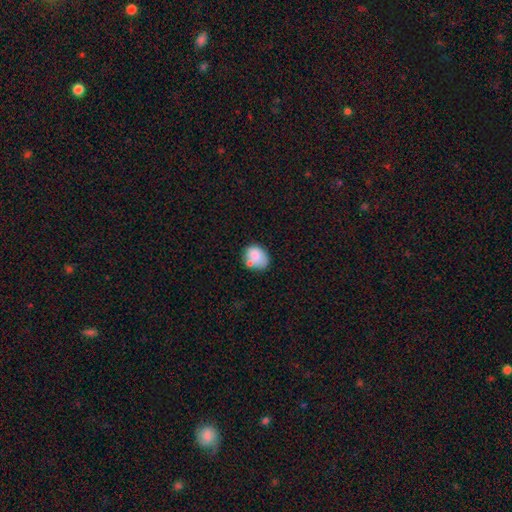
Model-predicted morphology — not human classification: Overall: smooth (79%). How rounded: in between (59%; round 40%). Merging: none (52%; merger 22%).